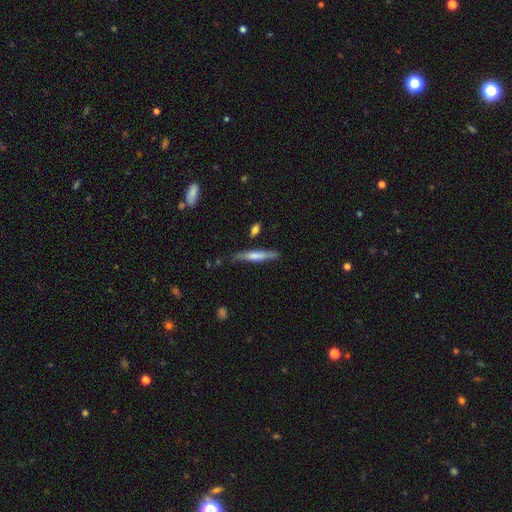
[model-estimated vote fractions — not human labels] This is possibly a smooth galaxy (55%). How rounded: clearly cigar-shaped (91%). Merging: likely none (73%).